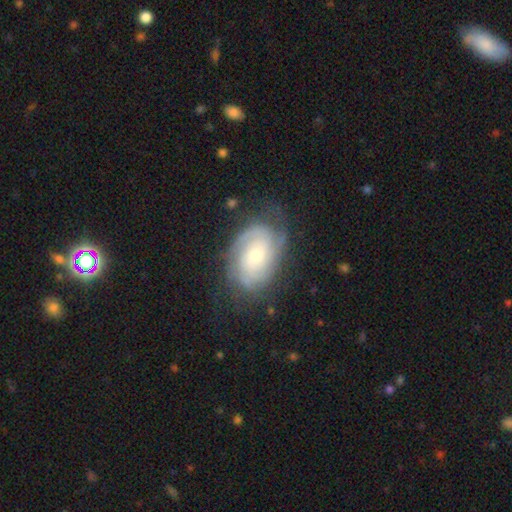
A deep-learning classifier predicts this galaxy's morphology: Q: Smooth or featured?
A: featured or disk (81%); runner-up: smooth (13%)
Q: Edge-on disk?
A: no (97%); runner-up: yes (3%)
Q: Bar?
A: no (59%); runner-up: weak (34%)
Q: Spiral arms?
A: yes (96%); runner-up: no (4%)
Q: Spiral winding?
A: tight (64%); runner-up: medium (29%)
Q: Spiral arm count?
A: 2 (35%); runner-up: can't tell (30%)
Q: Bulge size?
A: moderate (47%); runner-up: small (42%)
Q: Merging?
A: none (70%); runner-up: minor disturbance (20%)